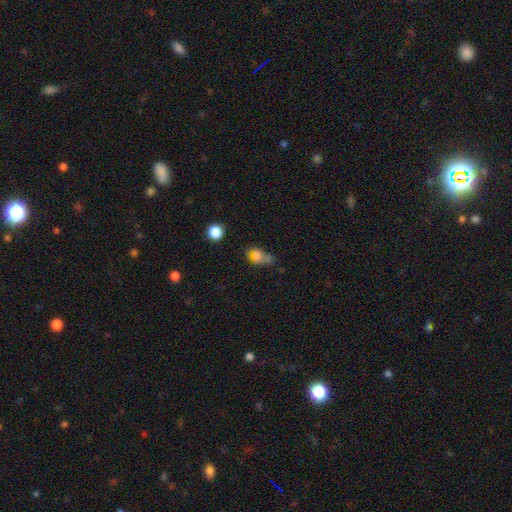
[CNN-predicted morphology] Smooth or featured?
  - smooth: 68% *
  - featured or disk: 18%
  - star or artifact: 15%
How rounded?
  - in between: 79% *
  - round: 17%
  - cigar-shaped: 4%
Merging?
  - none: 35% *
  - minor disturbance: 32%
  - major disturbance: 22%
  - merger: 12%